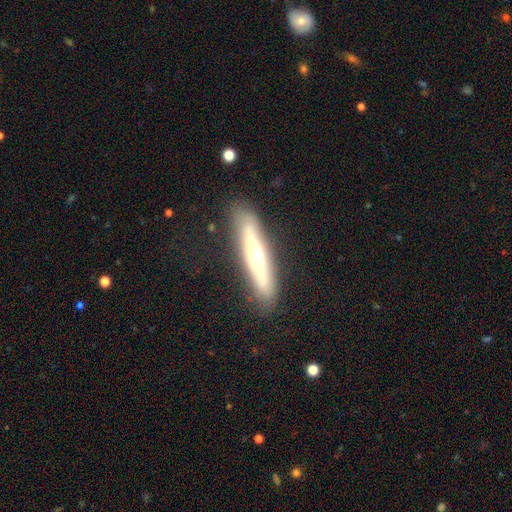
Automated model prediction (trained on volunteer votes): This is possibly a featured or disk galaxy (53%). It is clearly viewed edge-on (83%). Merging: clearly none (85%).